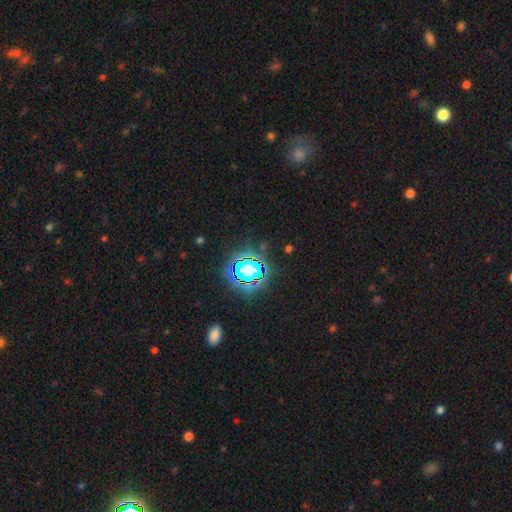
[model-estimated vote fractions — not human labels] Smooth or featured? Predicted: star or artifact (p=0.80).